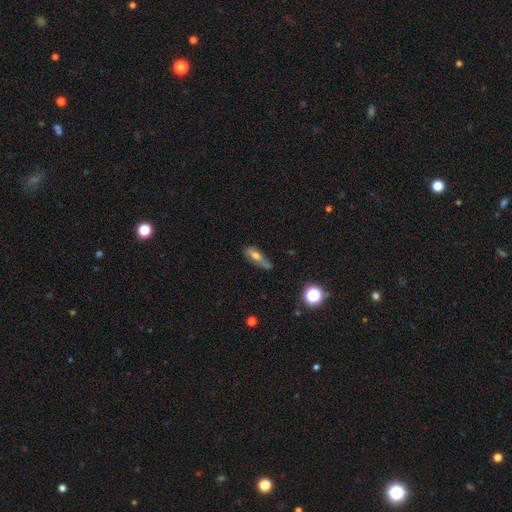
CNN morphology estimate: smooth 54%, featured or disk 36%, star or artifact 10%. Down the decision tree: how rounded — in between (49%); merging — none (45%).